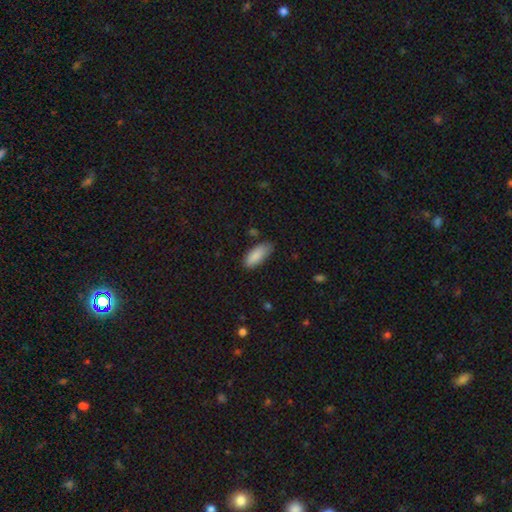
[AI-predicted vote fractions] The model was most divided on "merging": none: 71%, minor disturbance: 23%, major disturbance: 4%, merger: 2%. More confident: smooth or featured — smooth (88%); how rounded — in between (82%).